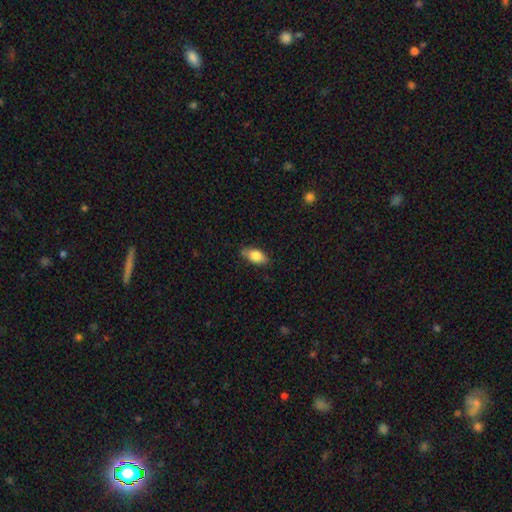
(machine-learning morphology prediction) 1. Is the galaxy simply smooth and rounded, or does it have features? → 80% smooth, 13% featured or disk, 7% star or artifact.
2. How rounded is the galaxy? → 88% in between, 8% cigar-shaped, 4% round.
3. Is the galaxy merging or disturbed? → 80% none, 16% minor disturbance, 3% major disturbance, 1% merger.